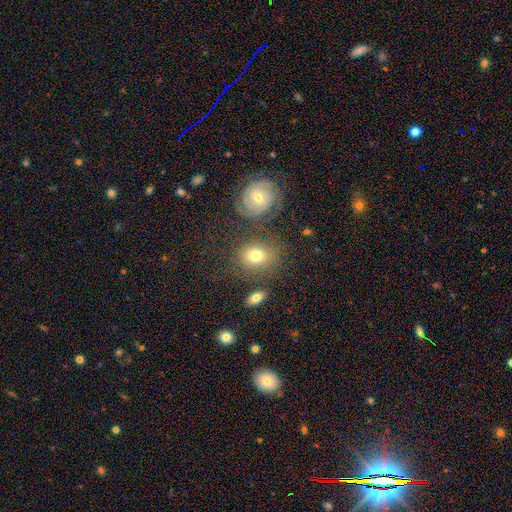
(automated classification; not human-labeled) Smooth or featured? smooth (70%)
How rounded? in between (58%)
Merging? none (71%)